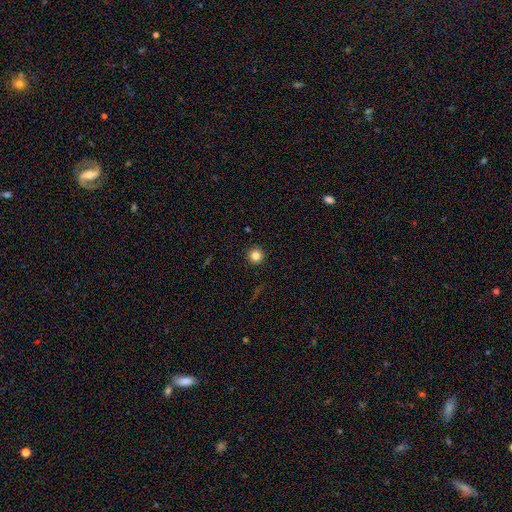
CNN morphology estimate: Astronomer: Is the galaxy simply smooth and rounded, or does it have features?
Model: smooth — 83%.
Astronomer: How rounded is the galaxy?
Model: round — 96%.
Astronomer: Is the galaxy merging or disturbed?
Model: none — 93%.